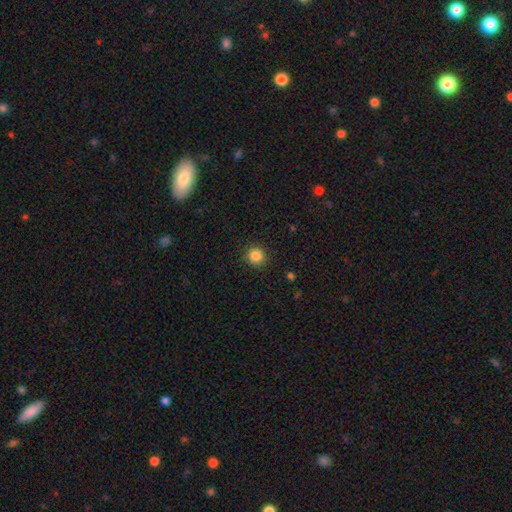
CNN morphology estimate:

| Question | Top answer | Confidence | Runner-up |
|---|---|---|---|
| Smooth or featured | smooth | 86% | star or artifact (11%) |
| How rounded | round | 93% | in between (6%) |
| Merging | none | 91% | minor disturbance (6%) |